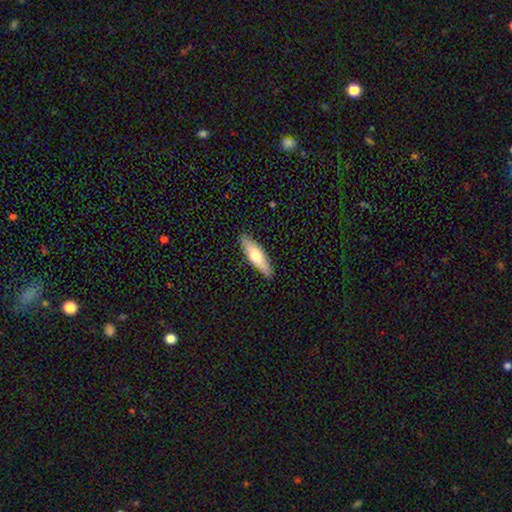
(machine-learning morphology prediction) Smooth or featured? smooth (65%)
How rounded? cigar-shaped (62%)
Merging? none (89%)